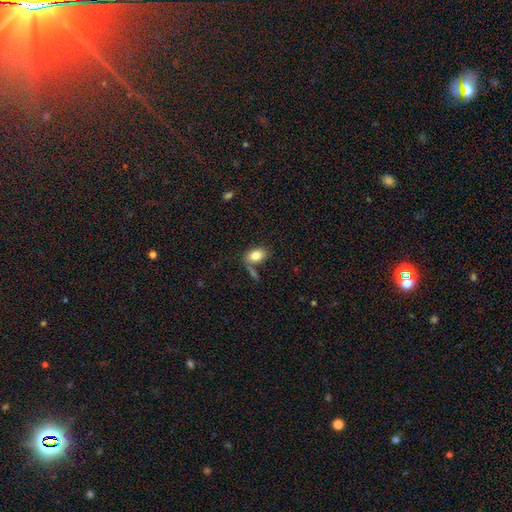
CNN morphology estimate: Smooth or featured: smooth — 81% (featured or disk — 11%)
How rounded: in between — 88% (round — 10%)
Merging: none — 62% (merger — 18%)